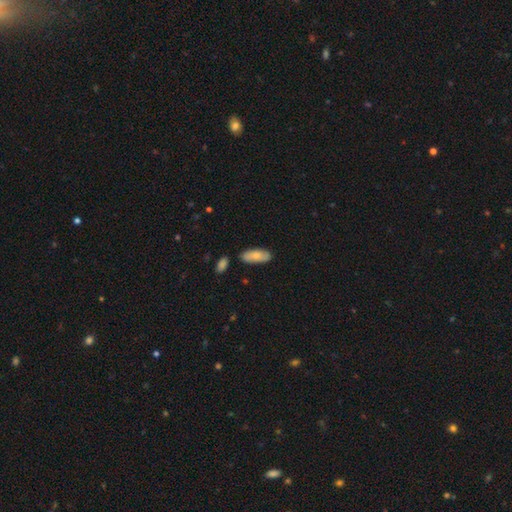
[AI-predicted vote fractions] smooth_or_featured: smooth (p=0.74) [alt: featured or disk p=0.20]
how_rounded: in between (p=0.80) [alt: cigar-shaped p=0.18]
merging: none (p=0.81) [alt: minor disturbance p=0.13]